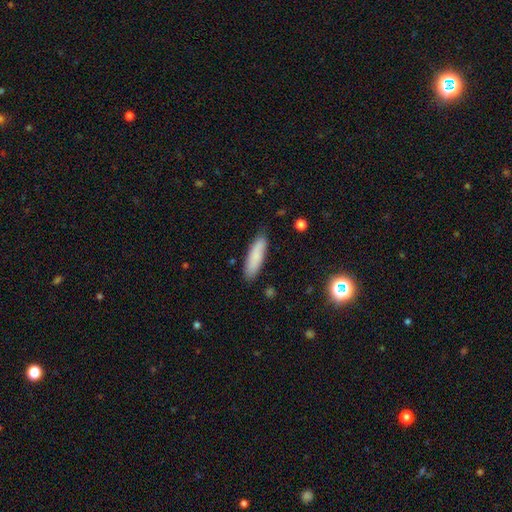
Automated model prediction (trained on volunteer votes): smooth 83%, featured or disk 10%, star or artifact 7%. Down the decision tree: how rounded — cigar-shaped (65%); merging — none (84%).